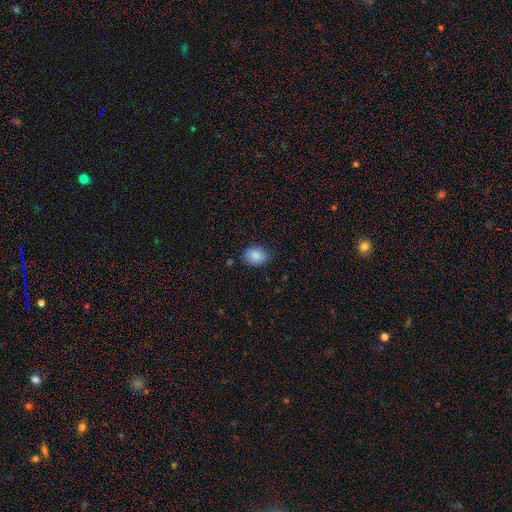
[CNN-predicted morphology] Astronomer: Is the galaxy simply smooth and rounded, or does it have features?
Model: smooth — 86%.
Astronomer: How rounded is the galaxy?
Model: in between — 59% (runner-up: round, 40%).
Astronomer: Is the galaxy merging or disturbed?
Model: none — 81%.